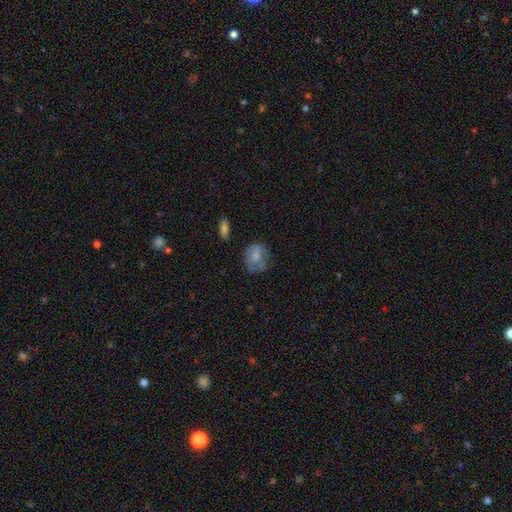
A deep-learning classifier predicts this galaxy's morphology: This is likely a smooth galaxy (71%). How rounded: possibly round (60%). Merging: possibly none (55%).